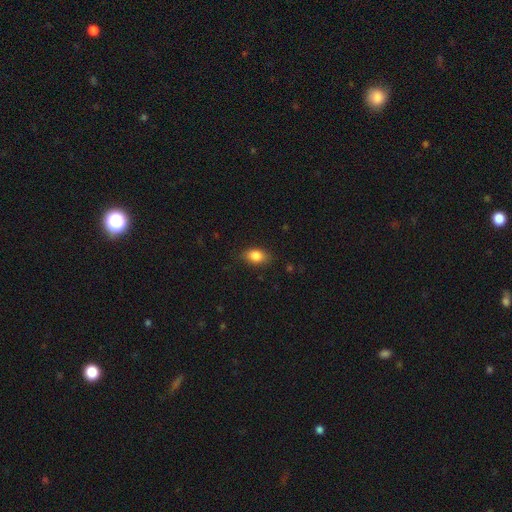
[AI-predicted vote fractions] smooth-or-featured: smooth: 85% | star or artifact: 8% | featured or disk: 7%
  how-rounded: in between: 83% | round: 15% | cigar-shaped: 2%
  merging: none: 83% | minor disturbance: 13% | major disturbance: 3% | merger: 1%